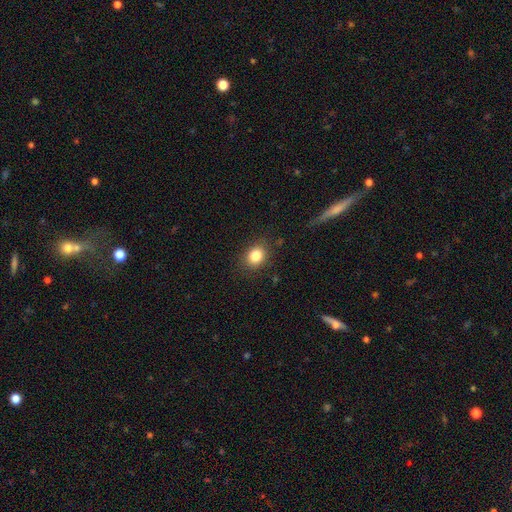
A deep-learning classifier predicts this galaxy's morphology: This appears to be a smooth galaxy with no disk features (84%) that is round (59%). Merging: none (85%).